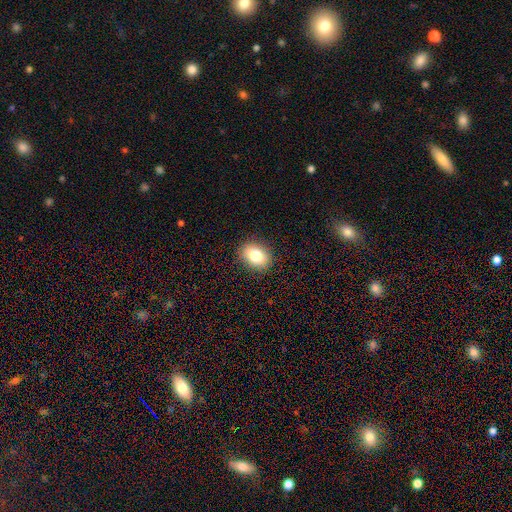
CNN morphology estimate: smooth-or-featured: smooth: 80% | featured or disk: 11% | star or artifact: 9%
  how-rounded: in between: 69% | round: 29% | cigar-shaped: 1%
  merging: none: 88% | minor disturbance: 9% | major disturbance: 2% | merger: 1%